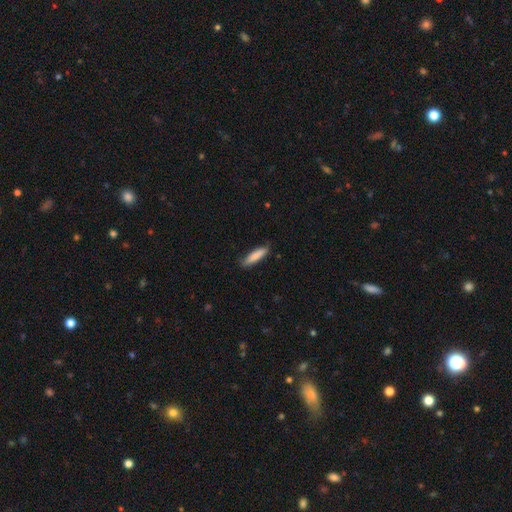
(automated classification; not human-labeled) This is clearly a smooth galaxy (83%). How rounded: likely cigar-shaped (76%). Merging: clearly none (81%).